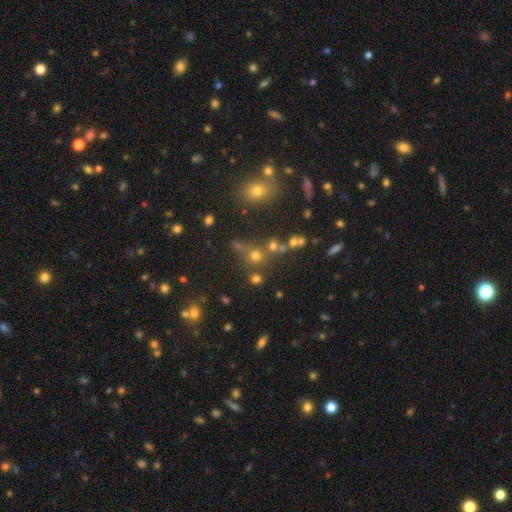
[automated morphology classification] type=smooth (52%); roundness=round (88%); merging=none (64%).